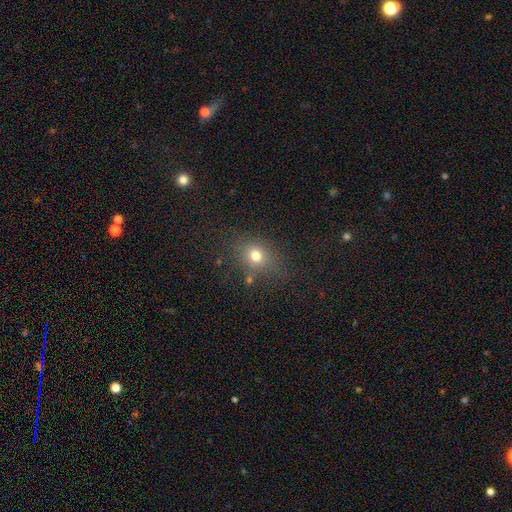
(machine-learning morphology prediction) Q: Smooth or featured?
A: smooth (72%); runner-up: star or artifact (17%)
Q: How rounded?
A: round (60%); runner-up: in between (39%)
Q: Merging?
A: none (74%); runner-up: minor disturbance (15%)